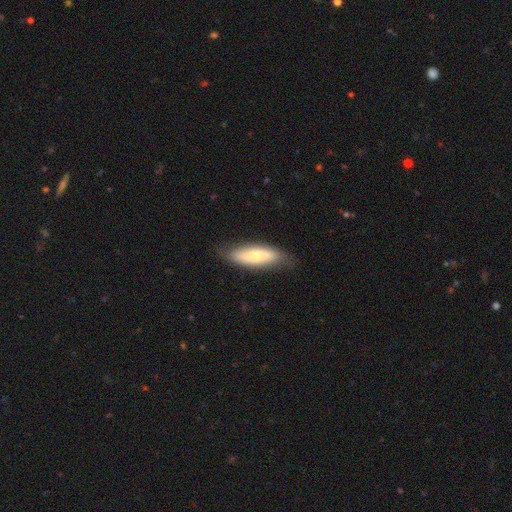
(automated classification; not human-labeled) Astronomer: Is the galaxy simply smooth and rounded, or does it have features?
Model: smooth — 60%.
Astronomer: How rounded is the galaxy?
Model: in between — 52% (runner-up: cigar-shaped, 46%).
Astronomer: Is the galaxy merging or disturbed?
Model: none — 78%.